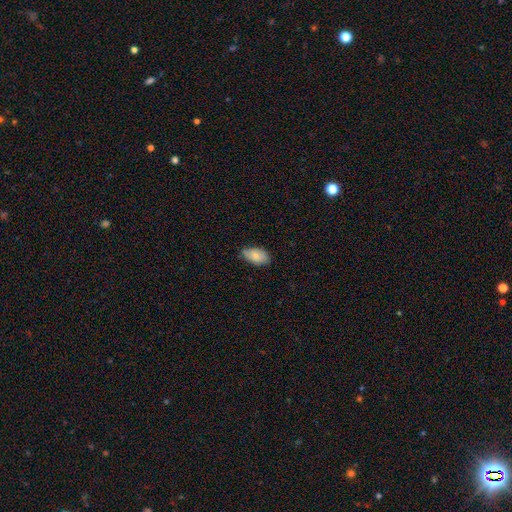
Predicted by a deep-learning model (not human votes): smooth_or_featured: smooth (p=0.81) [alt: featured or disk p=0.12]
how_rounded: in between (p=0.94) [alt: round p=0.04]
merging: none (p=0.72) [alt: minor disturbance p=0.24]